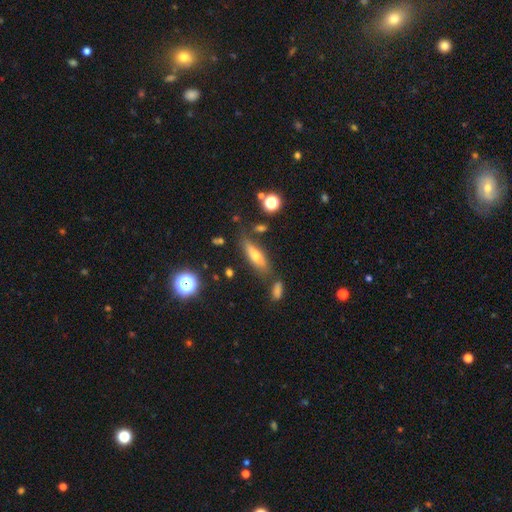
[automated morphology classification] smooth-or-featured: smooth: 55% | featured or disk: 36% | star or artifact: 10%
  how-rounded: cigar-shaped: 57% | in between: 40% | round: 3%
  merging: none: 73% | minor disturbance: 15% | merger: 8% | major disturbance: 5%